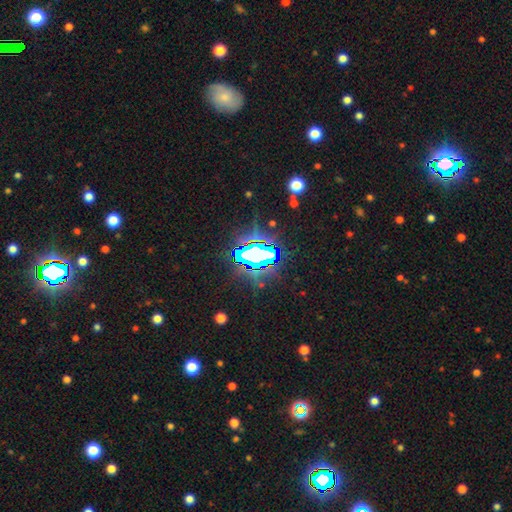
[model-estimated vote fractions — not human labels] This is likely a star or artifact rather than a galaxy (70%).